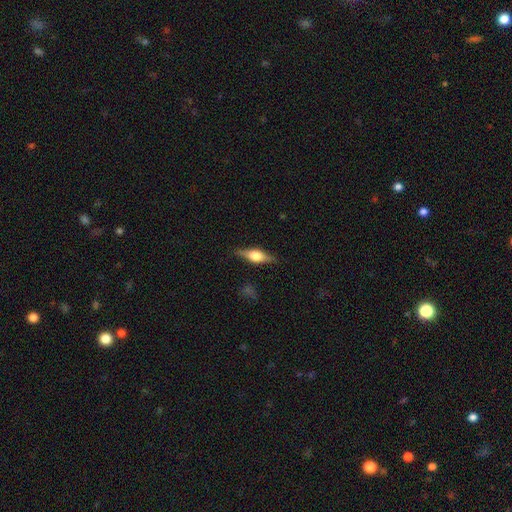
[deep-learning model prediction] Smooth or featured? Predicted: featured or disk (p=0.62). Edge-on disk? Predicted: yes (p=0.96). Edge-on bulge? Predicted: rounded (p=0.90). Merging? Predicted: none (p=0.85).